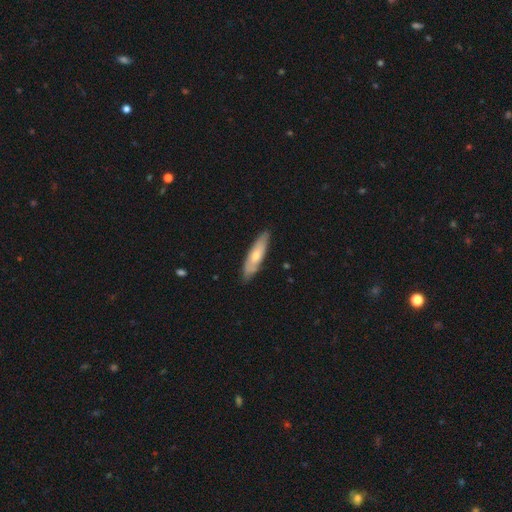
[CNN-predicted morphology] Q: Smooth or featured?
A: smooth (51%); runner-up: featured or disk (43%)
Q: How rounded?
A: cigar-shaped (66%); runner-up: in between (32%)
Q: Merging?
A: none (83%); runner-up: minor disturbance (14%)